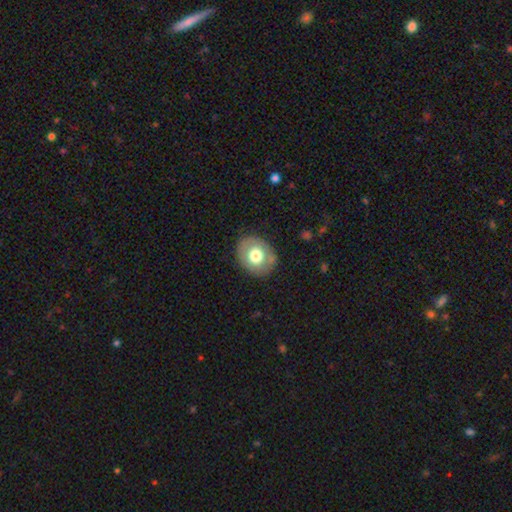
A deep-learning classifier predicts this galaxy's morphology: smooth-or-featured: smooth: 65% | featured or disk: 28% | star or artifact: 7%
  how-rounded: round: 54% | in between: 45% | cigar-shaped: 1%
  merging: none: 83% | minor disturbance: 12% | major disturbance: 4% | merger: 1%